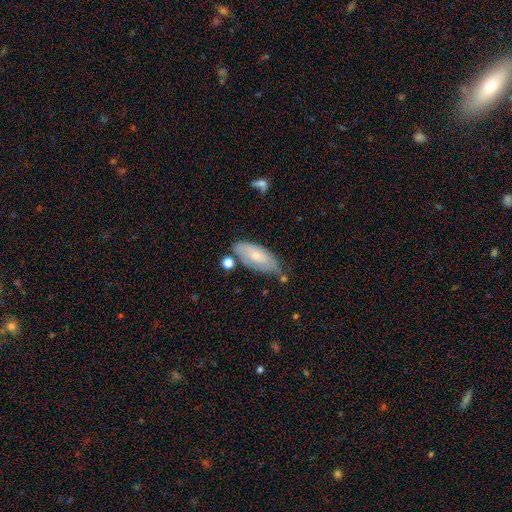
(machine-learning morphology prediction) Smooth or featured? Predicted: smooth (p=0.63). How rounded? Predicted: in between (p=0.85). Merging? Predicted: none (p=0.57).